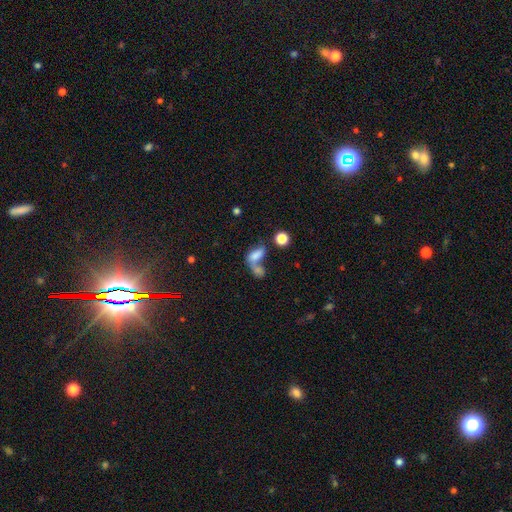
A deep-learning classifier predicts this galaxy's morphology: A smooth galaxy with no disk features (67%) that is in between round and cigar-shaped (79%).

Vote fractions:
- Smooth or featured? smooth: 67% / featured or disk: 20% / star or artifact: 13%
- How rounded? in between: 79% / cigar-shaped: 11% / round: 10%
- Merging? merger: 60% / none: 20% / major disturbance: 12% / minor disturbance: 8%